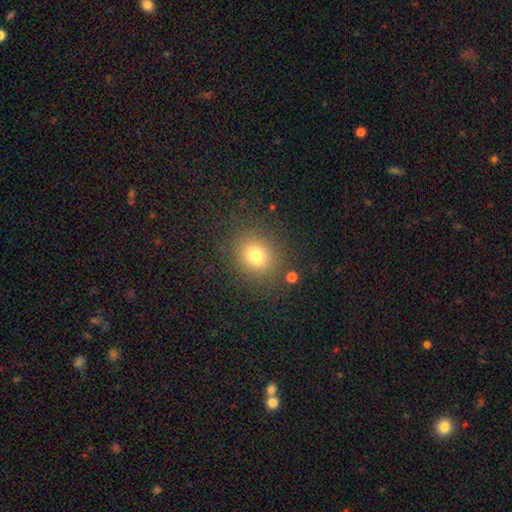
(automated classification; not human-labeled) smooth-or-featured: smooth: 76% | star or artifact: 15% | featured or disk: 9%
  how-rounded: round: 72% | in between: 27% | cigar-shaped: 1%
  merging: none: 84% | minor disturbance: 9% | major disturbance: 4% | merger: 2%